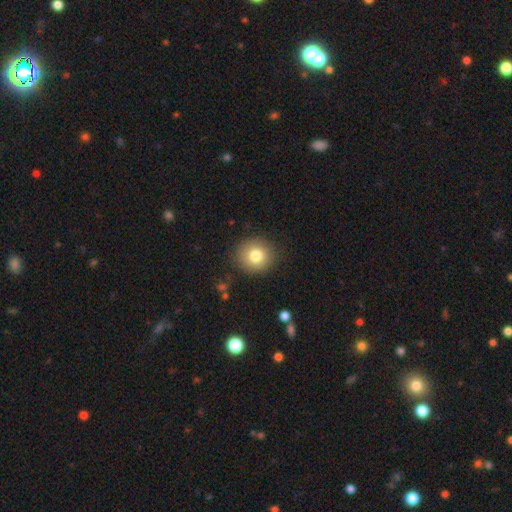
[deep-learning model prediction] smooth-or-featured: smooth: 80% | star or artifact: 11% | featured or disk: 10%
  how-rounded: round: 88% | in between: 11% | cigar-shaped: 1%
  merging: none: 89% | minor disturbance: 8% | major disturbance: 3% | merger: 1%